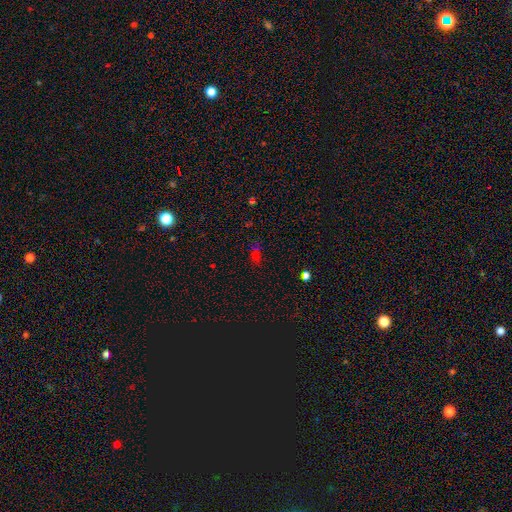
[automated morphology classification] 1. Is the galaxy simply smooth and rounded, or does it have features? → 52% smooth, 39% star or artifact, 9% featured or disk.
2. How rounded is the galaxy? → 71% in between, 16% round, 14% cigar-shaped.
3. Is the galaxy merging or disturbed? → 63% none, 18% minor disturbance, 10% major disturbance, 9% merger.